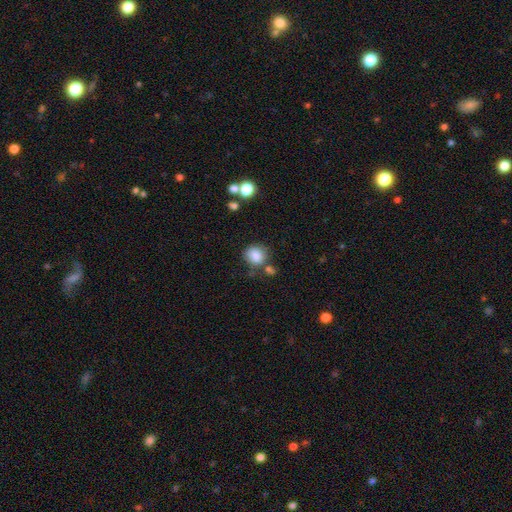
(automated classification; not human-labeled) This is clearly a smooth galaxy (83%). How rounded: clearly round (82%). Merging: likely none (67%).